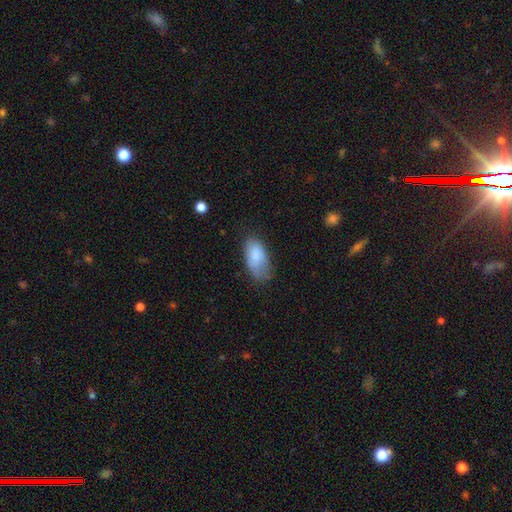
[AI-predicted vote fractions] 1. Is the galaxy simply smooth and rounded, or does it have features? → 82% smooth, 11% featured or disk, 7% star or artifact.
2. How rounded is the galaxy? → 94% in between, 3% cigar-shaped, 3% round.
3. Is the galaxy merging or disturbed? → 50% none, 36% minor disturbance, 13% major disturbance, 2% merger.